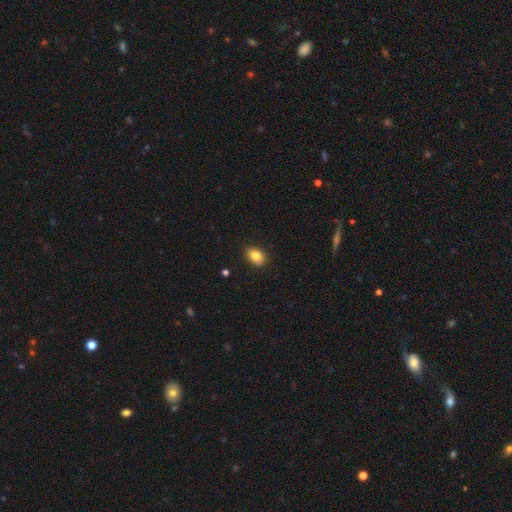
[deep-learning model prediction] smooth 84%, star or artifact 8%, featured or disk 8%. Down the decision tree: how rounded — in between (82%); merging — none (87%).